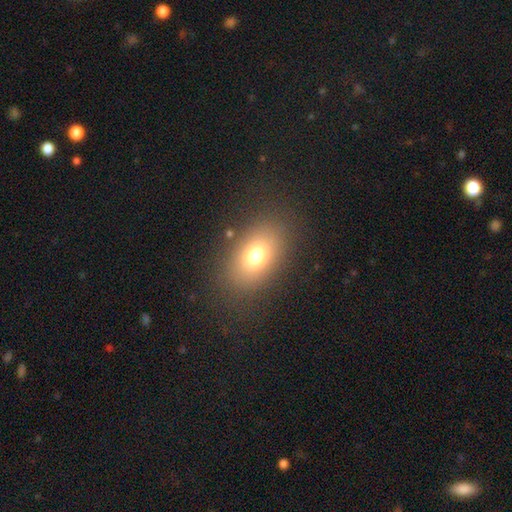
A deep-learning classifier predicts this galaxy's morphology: smooth_or_featured: smooth (p=0.72) [alt: featured or disk p=0.14]
how_rounded: in between (p=0.78) [alt: round p=0.21]
merging: none (p=0.82) [alt: minor disturbance p=0.10]